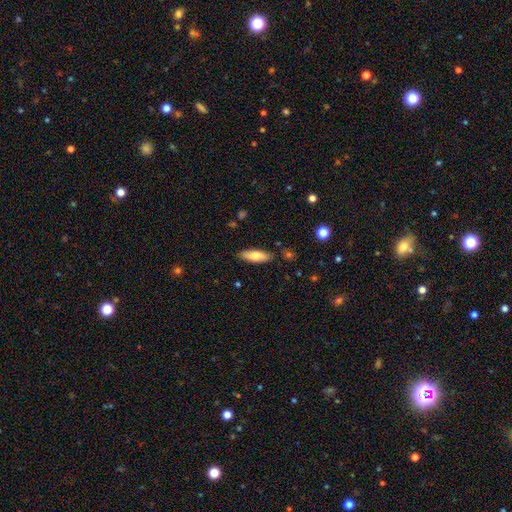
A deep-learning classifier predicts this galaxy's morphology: Overall: smooth (73%). How rounded: in between (62%; cigar-shaped 36%). Merging: none (85%).